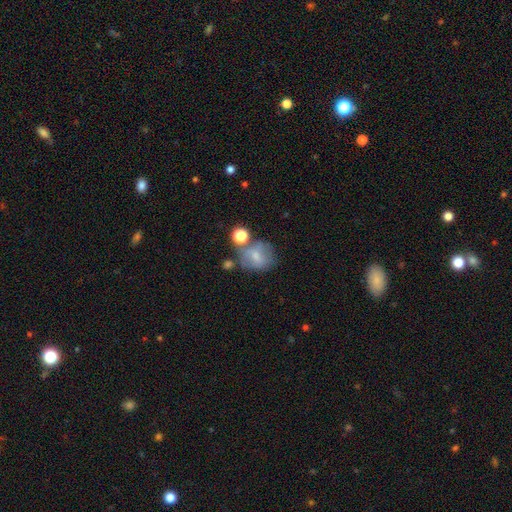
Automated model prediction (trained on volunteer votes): smooth-or-featured: smooth: 60% | featured or disk: 28% | star or artifact: 12%
  how-rounded: round: 64% | in between: 35% | cigar-shaped: 1%
  merging: none: 44% | merger: 22% | minor disturbance: 20% | major disturbance: 14%